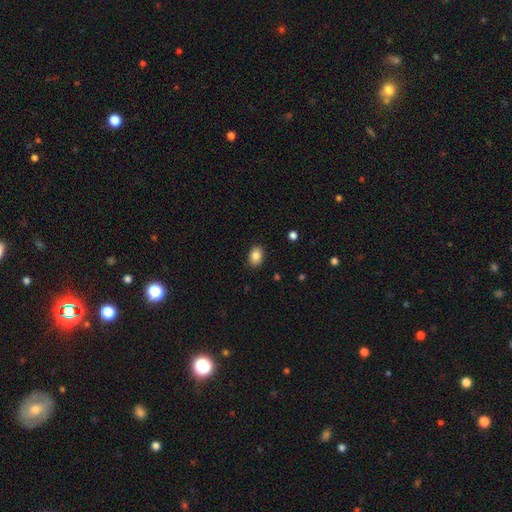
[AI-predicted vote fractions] A smooth galaxy with no disk features (87%) that is in between round and cigar-shaped (74%).

Vote fractions:
- Smooth or featured? smooth: 87% / star or artifact: 9% / featured or disk: 5%
- How rounded? in between: 74% / round: 25% / cigar-shaped: 1%
- Merging? none: 88% / minor disturbance: 9% / major disturbance: 2% / merger: 1%